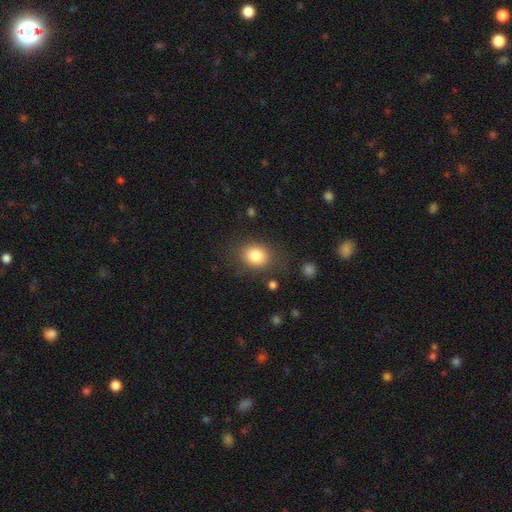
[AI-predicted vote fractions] smooth 83%, star or artifact 10%, featured or disk 7%. Down the decision tree: how rounded — round (61%); merging — none (80%).